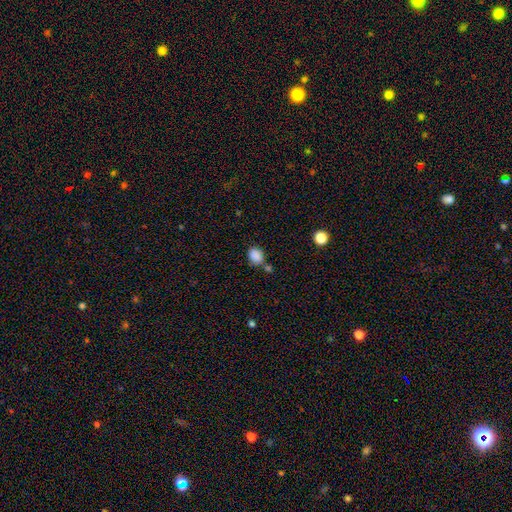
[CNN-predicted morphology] type=smooth (86%); roundness=in between (51%); merging=none (63%).